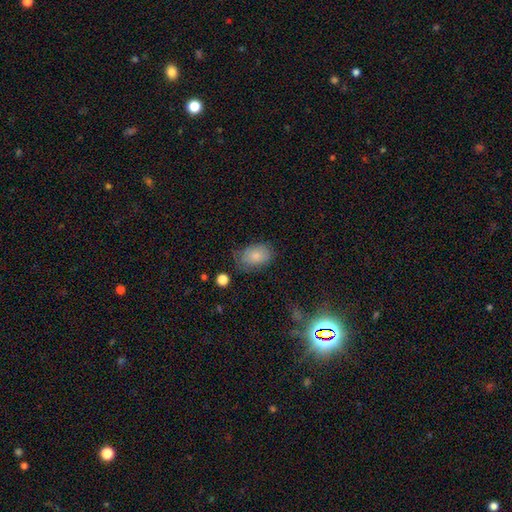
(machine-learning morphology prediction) Smooth or featured? smooth (81%)
How rounded? in between (84%)
Merging? none (66%)